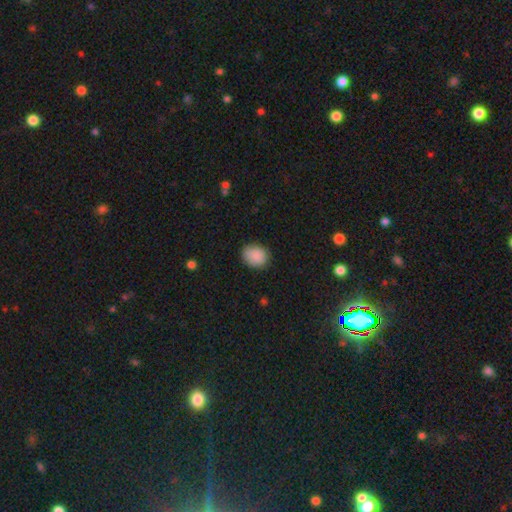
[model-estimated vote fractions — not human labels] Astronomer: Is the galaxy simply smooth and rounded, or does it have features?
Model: smooth — 87%.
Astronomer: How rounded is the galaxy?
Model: round — 69%.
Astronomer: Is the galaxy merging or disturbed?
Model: none — 81%.